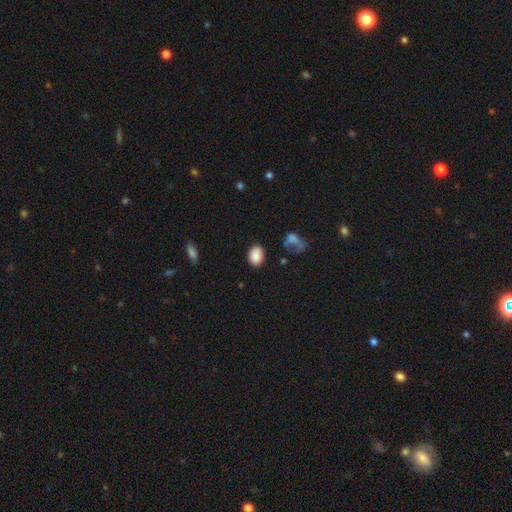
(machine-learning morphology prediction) Smooth or featured?
  - smooth: 87% *
  - star or artifact: 8%
  - featured or disk: 5%
How rounded?
  - in between: 74% *
  - round: 24%
  - cigar-shaped: 1%
Merging?
  - none: 79% *
  - minor disturbance: 14%
  - major disturbance: 5%
  - merger: 3%